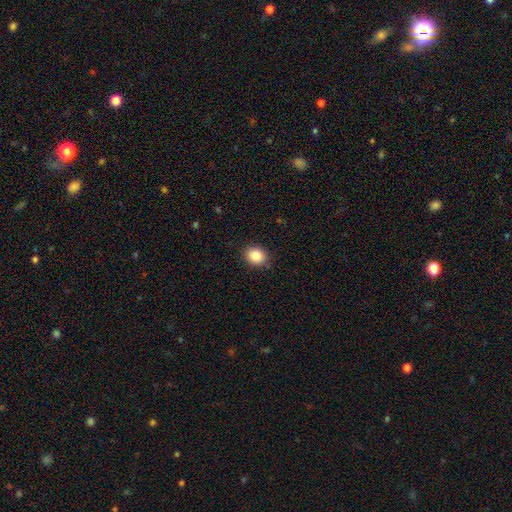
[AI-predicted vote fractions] Overall: smooth (86%). How rounded: round (58%; in between 41%). Merging: none (88%).